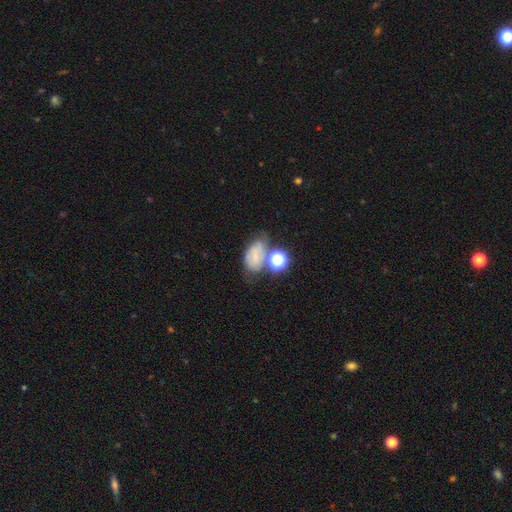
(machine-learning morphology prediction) A smooth galaxy with no disk features (53%) that is in between round and cigar-shaped (74%). Merging: none (41%).